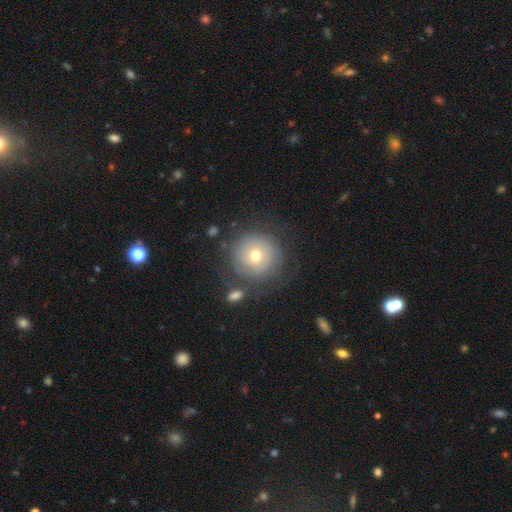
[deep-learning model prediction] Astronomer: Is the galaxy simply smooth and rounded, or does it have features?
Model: smooth — 50% (runner-up: featured or disk, 40%).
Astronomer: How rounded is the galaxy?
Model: round — 93%.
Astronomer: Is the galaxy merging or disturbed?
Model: none — 72%.